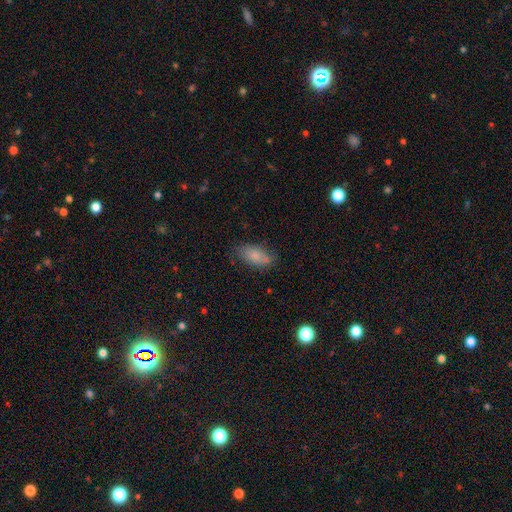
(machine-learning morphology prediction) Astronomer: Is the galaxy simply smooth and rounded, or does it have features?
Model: smooth — 80%.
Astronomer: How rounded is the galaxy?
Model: in between — 90%.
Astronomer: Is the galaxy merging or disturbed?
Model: none — 72%.